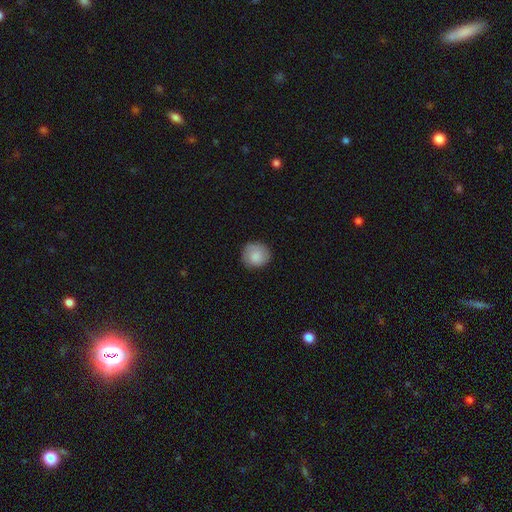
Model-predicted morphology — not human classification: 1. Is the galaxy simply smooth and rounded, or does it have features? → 84% smooth, 9% featured or disk, 7% star or artifact.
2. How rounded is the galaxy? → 90% round, 9% in between, 1% cigar-shaped.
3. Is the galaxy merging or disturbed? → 84% none, 12% minor disturbance, 3% major disturbance, 1% merger.